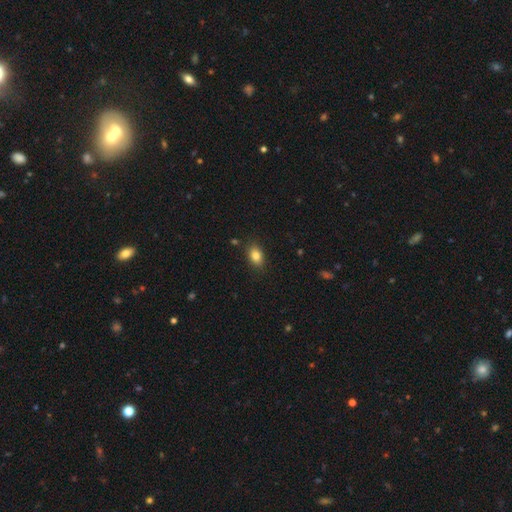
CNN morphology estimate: Q: Smooth or featured?
A: smooth (84%); runner-up: star or artifact (9%)
Q: How rounded?
A: in between (83%); runner-up: round (15%)
Q: Merging?
A: none (85%); runner-up: minor disturbance (10%)